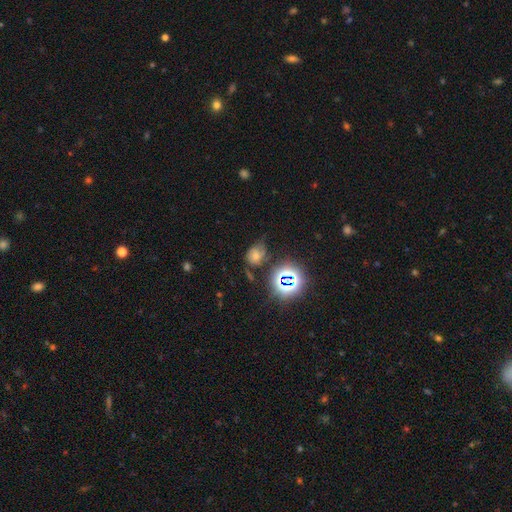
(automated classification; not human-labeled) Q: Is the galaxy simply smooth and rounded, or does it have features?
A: star or artifact — 42%.